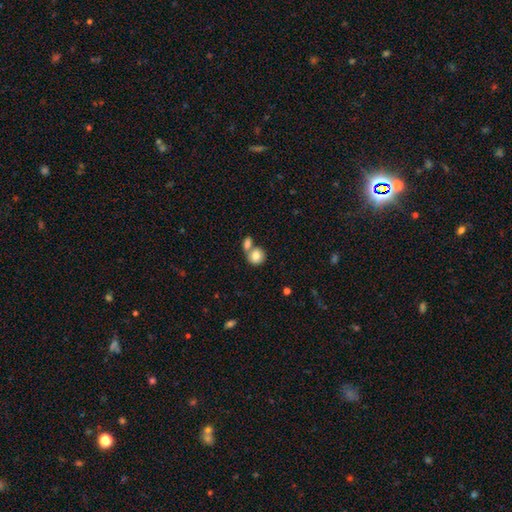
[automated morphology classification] This appears to be a smooth galaxy with no disk features (82%) that is round (77%). Merging: merger (50%).